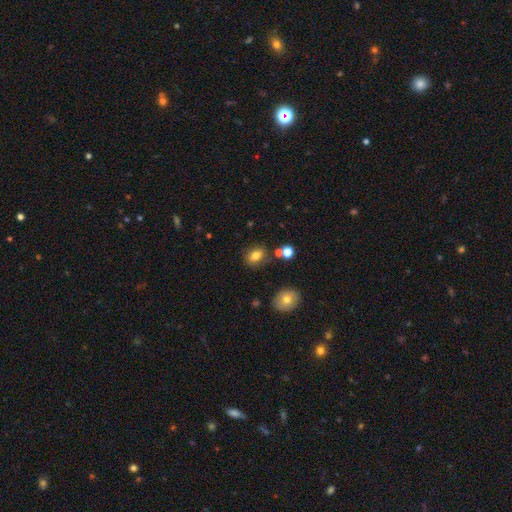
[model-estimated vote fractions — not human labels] smooth 77%, star or artifact 12%, featured or disk 11%. Down the decision tree: how rounded — in between (65%); merging — none (74%).